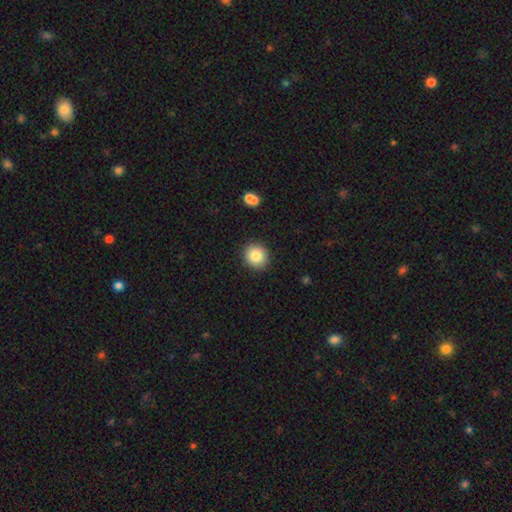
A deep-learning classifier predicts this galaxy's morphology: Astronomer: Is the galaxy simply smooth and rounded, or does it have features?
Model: smooth — 84%.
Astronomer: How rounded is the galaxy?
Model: round — 87%.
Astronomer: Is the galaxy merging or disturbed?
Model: none — 90%.